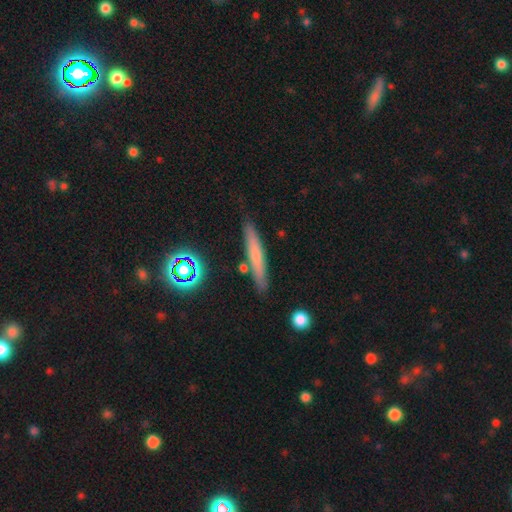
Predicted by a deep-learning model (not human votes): This appears to be a smooth galaxy with no disk features (58%) that is cigar-shaped (91%). Merging: none (84%).